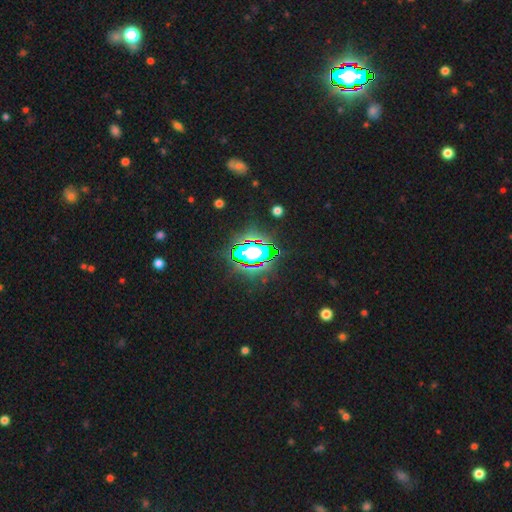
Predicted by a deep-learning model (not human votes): Morphology: type=star or artifact (67%).